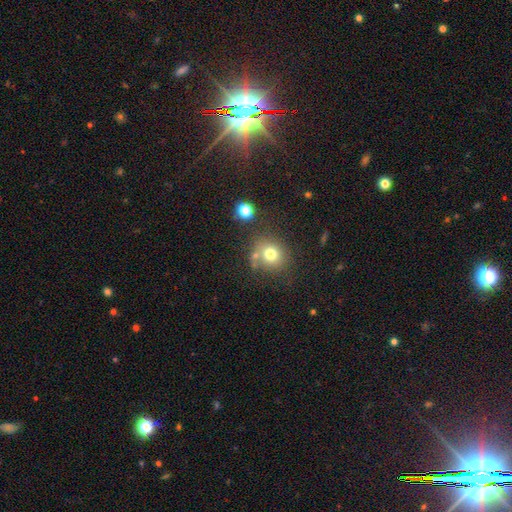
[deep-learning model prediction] A smooth galaxy with no disk features (69%) that is round (81%). Merging: none (64%).